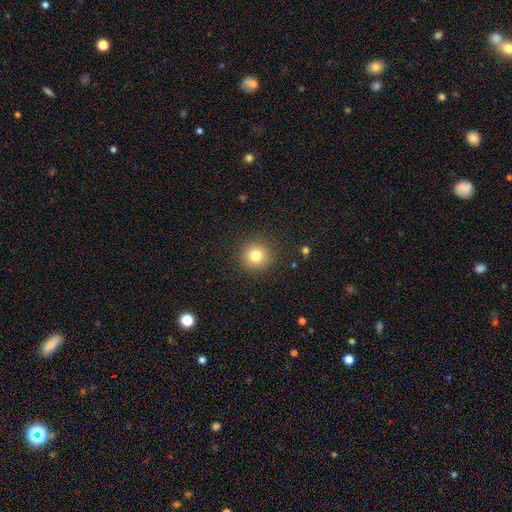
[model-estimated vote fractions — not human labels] A smooth galaxy with no disk features (80%) that is round (94%). Merging: none (90%).